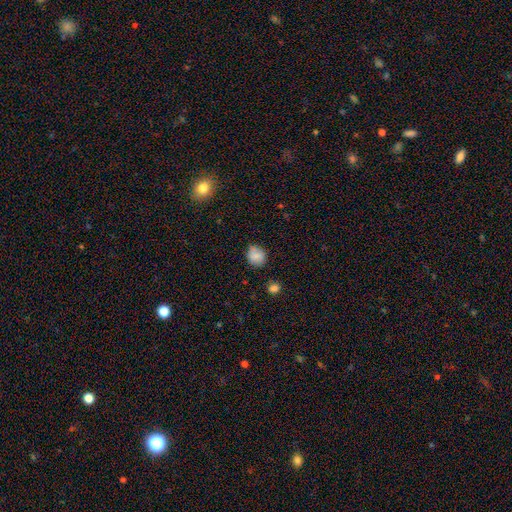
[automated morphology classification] This appears to be a smooth galaxy with no disk features (82%) that is round (63%). Merging: none (73%).